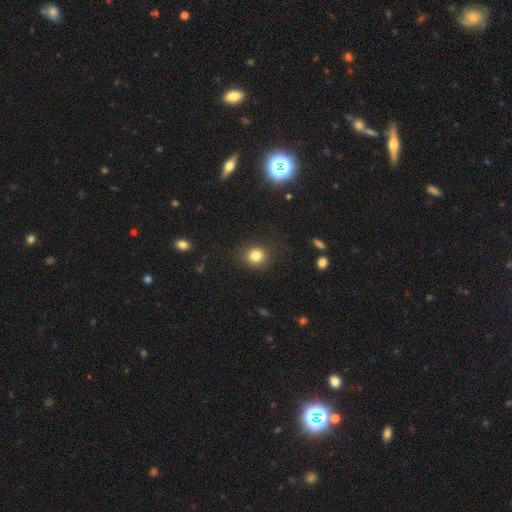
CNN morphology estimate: smooth-or-featured: smooth: 82% | star or artifact: 12% | featured or disk: 6%
  how-rounded: round: 83% | in between: 16% | cigar-shaped: 1%
  merging: none: 86% | minor disturbance: 9% | major disturbance: 3% | merger: 1%